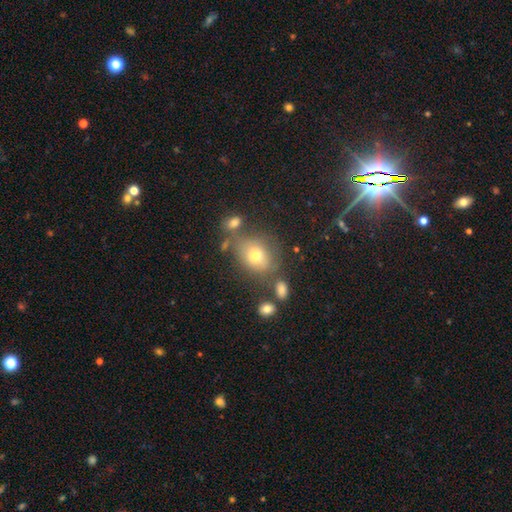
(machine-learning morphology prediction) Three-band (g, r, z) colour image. It shows a smooth galaxy with no disk features (71%) that is round (52%). Merging: none (62%).